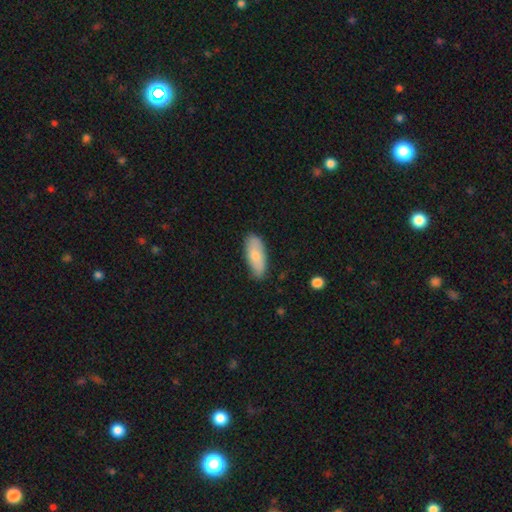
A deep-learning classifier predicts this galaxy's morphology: A smooth galaxy with no disk features (76%) that is in between round and cigar-shaped (80%).

Vote fractions:
- Smooth or featured? smooth: 76% / featured or disk: 19% / star or artifact: 6%
- How rounded? in between: 80% / cigar-shaped: 17% / round: 2%
- Merging? none: 78% / minor disturbance: 17% / major disturbance: 3% / merger: 1%